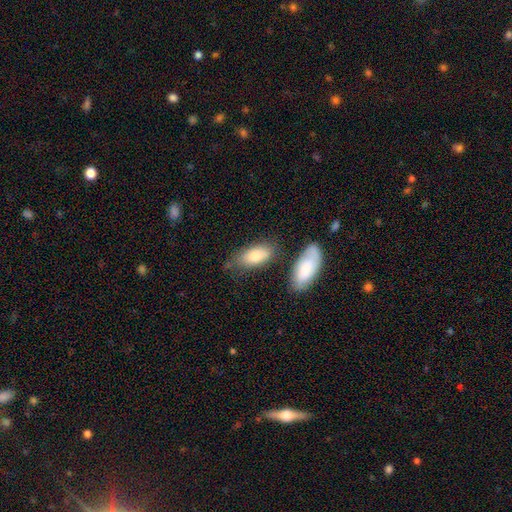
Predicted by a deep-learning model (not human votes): This appears to be a smooth galaxy with no disk features (79%) that is in between round and cigar-shaped (87%). Merging: none (59%).